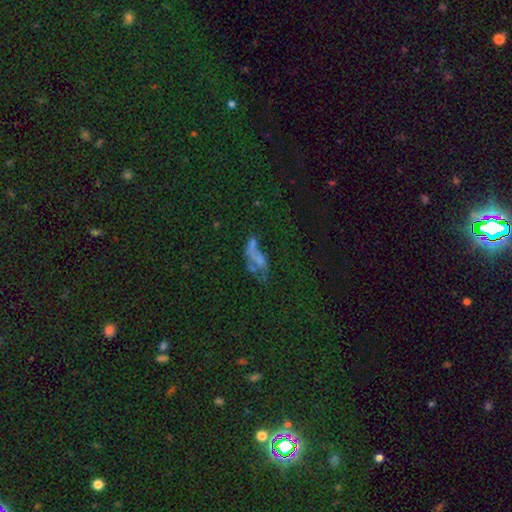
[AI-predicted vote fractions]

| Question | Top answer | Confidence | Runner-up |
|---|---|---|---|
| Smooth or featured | smooth | 36% | star or artifact (35%) |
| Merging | major disturbance | 32% | none (28%) |